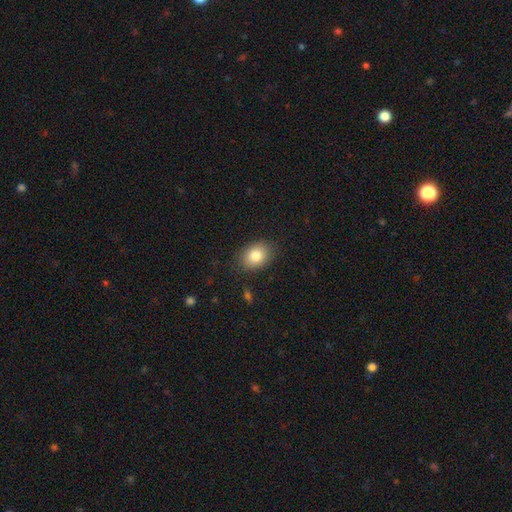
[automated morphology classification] A smooth galaxy with no disk features (83%) that is in between round and cigar-shaped (67%).

Vote fractions:
- Smooth or featured? smooth: 83% / featured or disk: 9% / star or artifact: 8%
- How rounded? in between: 67% / round: 32% / cigar-shaped: 1%
- Merging? none: 85% / minor disturbance: 11% / major disturbance: 3% / merger: 1%